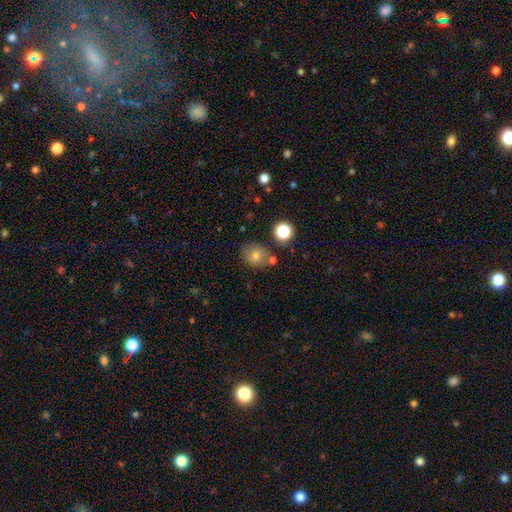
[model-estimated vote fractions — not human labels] smooth_or_featured: smooth (p=0.76) [alt: star or artifact p=0.13]
how_rounded: round (p=0.68) [alt: in between p=0.31]
merging: none (p=0.69) [alt: minor disturbance p=0.14]